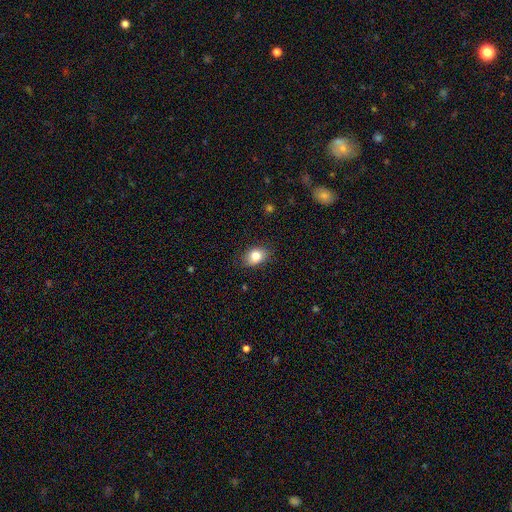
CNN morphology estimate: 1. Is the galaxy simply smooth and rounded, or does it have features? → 82% smooth, 9% star or artifact, 9% featured or disk.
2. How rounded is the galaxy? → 73% in between, 26% round, 1% cigar-shaped.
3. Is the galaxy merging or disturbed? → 83% none, 13% minor disturbance, 3% major disturbance, 1% merger.